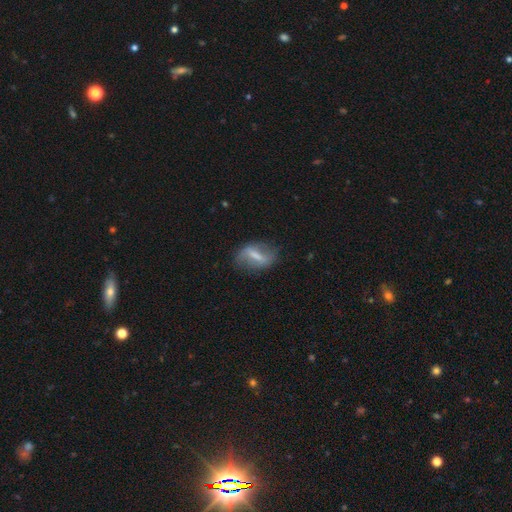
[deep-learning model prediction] The model was most divided on "bulge size": none: 37%, moderate: 28%, small: 27%, large: 7%, dominant: 2%. More confident: edge-on disk — no (91%); merging — none (67%); smooth or featured — featured or disk (58%); bar — strong (58%); spiral arms — yes (56%).